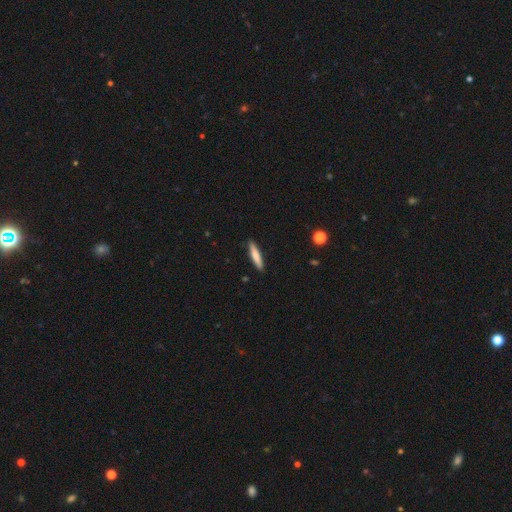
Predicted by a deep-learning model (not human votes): Smooth or featured? Predicted: smooth (p=0.72). How rounded? Predicted: cigar-shaped (p=0.89). Merging? Predicted: none (p=0.90).